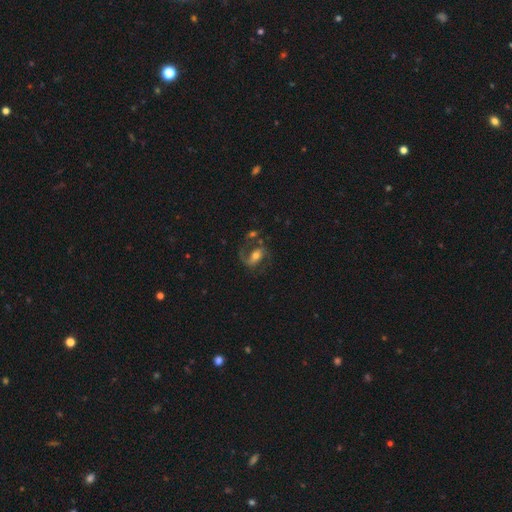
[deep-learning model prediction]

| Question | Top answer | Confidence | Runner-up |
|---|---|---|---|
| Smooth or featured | featured or disk | 77% | smooth (15%) |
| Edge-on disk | no | 97% | yes (3%) |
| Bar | weak | 38% | no (33%) |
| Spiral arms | yes | 92% | no (8%) |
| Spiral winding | medium | 49% | loose (38%) |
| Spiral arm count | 2 | 74% | 1 (19%) |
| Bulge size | moderate | 63% | small (23%) |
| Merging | none | 54% | major disturbance (19%) |